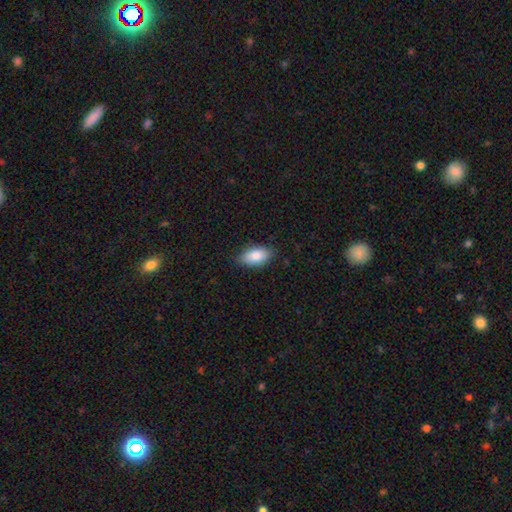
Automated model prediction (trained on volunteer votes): smooth 85%, featured or disk 8%, star or artifact 7%. Down the decision tree: how rounded — in between (92%); merging — none (83%).